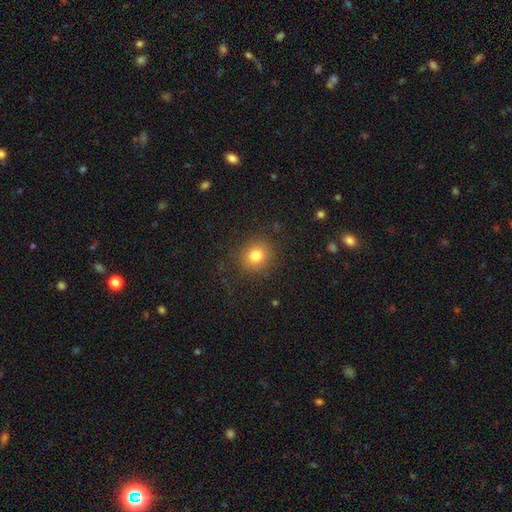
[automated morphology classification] smooth-or-featured: smooth: 80% | star or artifact: 13% | featured or disk: 7%
  how-rounded: round: 86% | in between: 13% | cigar-shaped: 1%
  merging: none: 86% | minor disturbance: 9% | major disturbance: 4% | merger: 1%